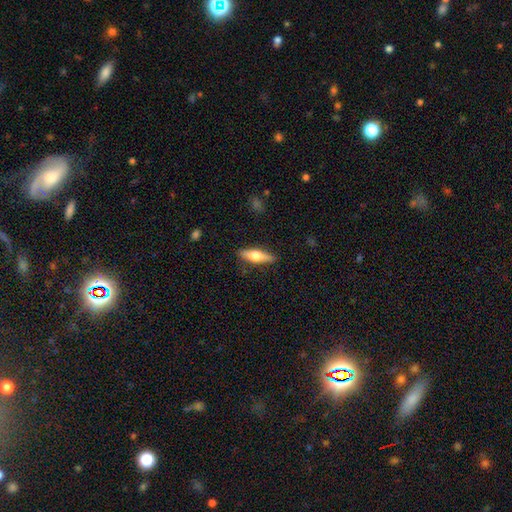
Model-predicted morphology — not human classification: smooth_or_featured: smooth (p=0.55) [alt: featured or disk p=0.39]
how_rounded: cigar-shaped (p=0.58) [alt: in between p=0.39]
merging: none (p=0.87) [alt: minor disturbance p=0.10]